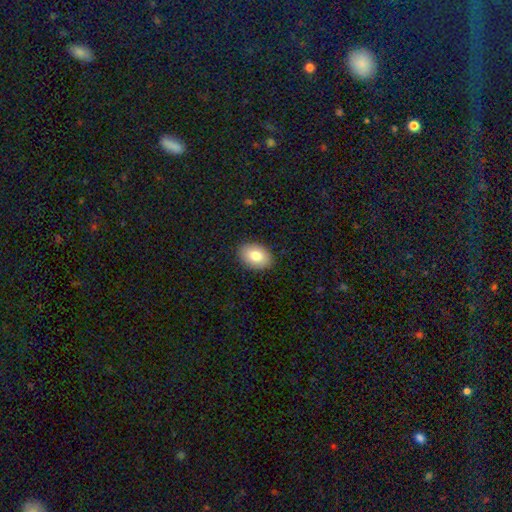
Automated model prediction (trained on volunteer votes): A smooth galaxy with no disk features (81%) that is in between round and cigar-shaped (85%). Merging: none (89%).